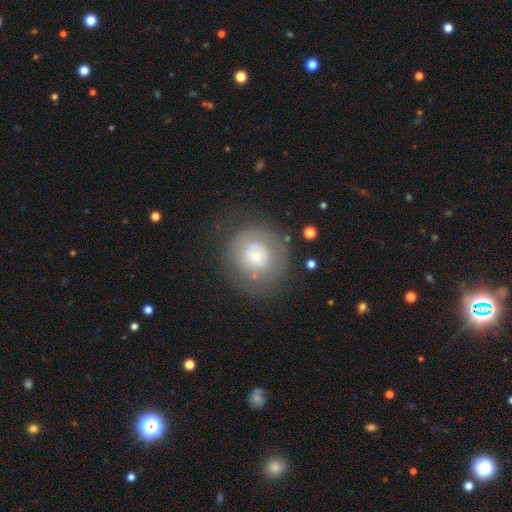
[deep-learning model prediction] Smooth or featured? Predicted: smooth (p=0.54). How rounded? Predicted: round (p=0.91). Merging? Predicted: none (p=0.71).